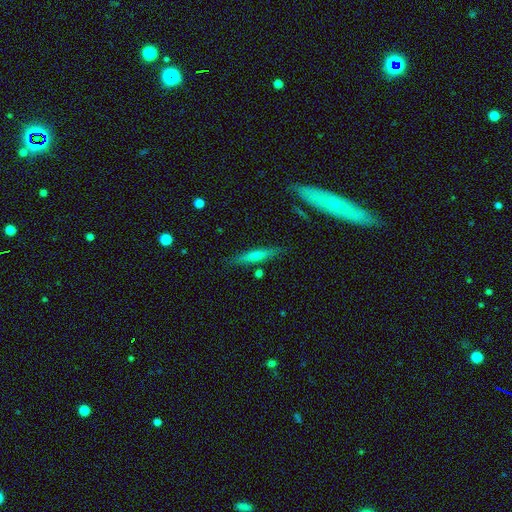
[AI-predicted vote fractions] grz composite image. It shows a smooth galaxy with no disk features (51%) that is cigar-shaped (90%). Merging: none (84%).